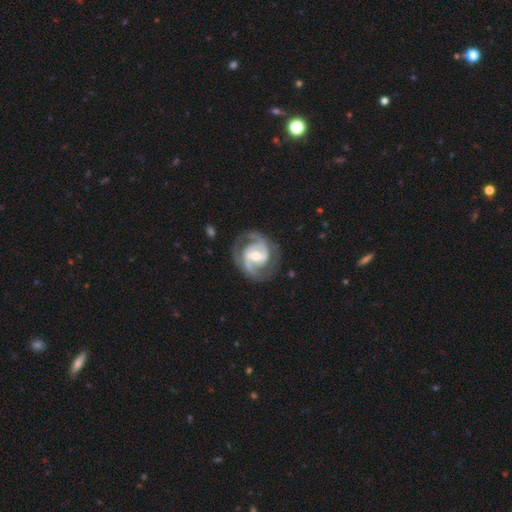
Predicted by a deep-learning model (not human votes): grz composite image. It shows a featured or disk galaxy (88%) with a weak bar (44%), 2 (84%) medium (48%) spiral arms (94%) and a moderate central bulge (63%). Merging: none (76%).